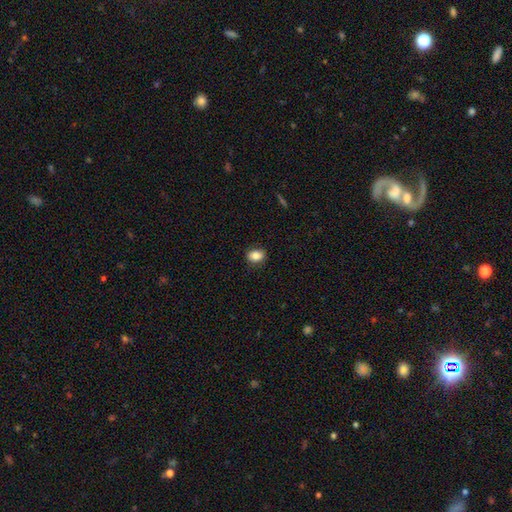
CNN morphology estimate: smooth 84%, star or artifact 9%, featured or disk 7%. Down the decision tree: how rounded — in between (68%); merging — none (85%).